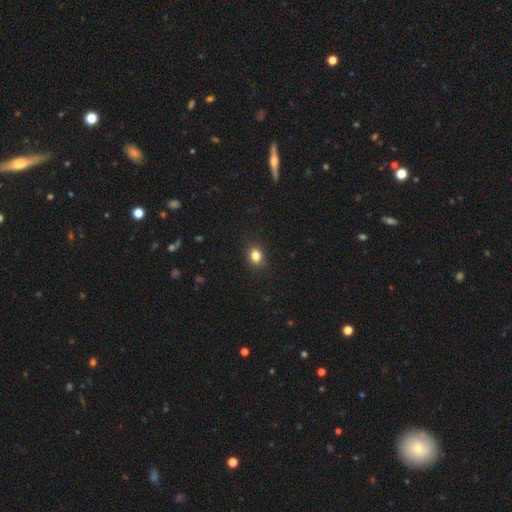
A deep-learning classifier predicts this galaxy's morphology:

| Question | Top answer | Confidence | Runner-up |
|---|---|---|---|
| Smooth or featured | smooth | 83% | star or artifact (11%) |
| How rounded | round | 56% | in between (43%) |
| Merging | none | 89% | minor disturbance (8%) |